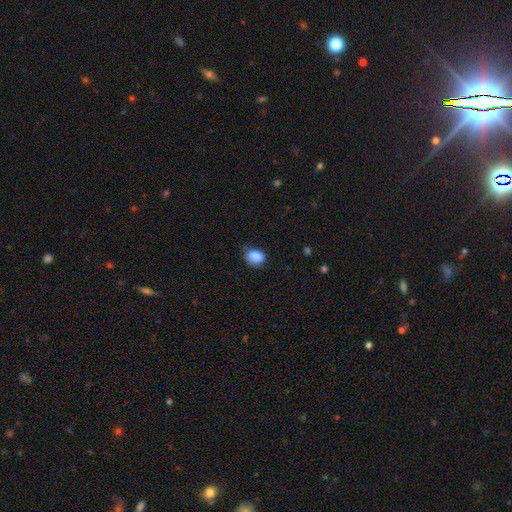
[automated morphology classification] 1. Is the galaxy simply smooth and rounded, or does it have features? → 87% smooth, 9% star or artifact, 5% featured or disk.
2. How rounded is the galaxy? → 67% in between, 32% round, 1% cigar-shaped.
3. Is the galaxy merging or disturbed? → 64% none, 28% minor disturbance, 6% major disturbance, 2% merger.